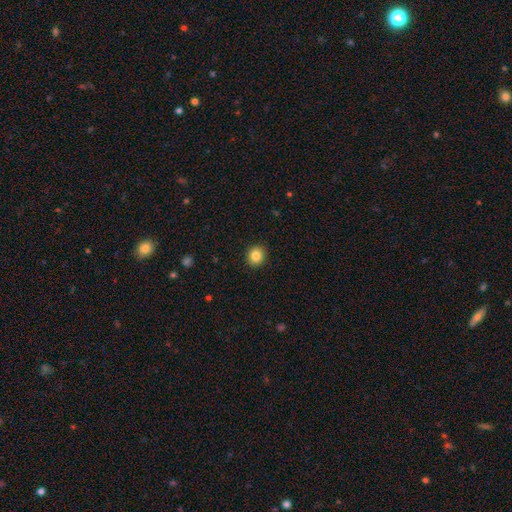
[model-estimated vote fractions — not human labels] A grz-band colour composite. It shows a smooth galaxy with no disk features (85%) that is round (80%). Merging: none (91%).